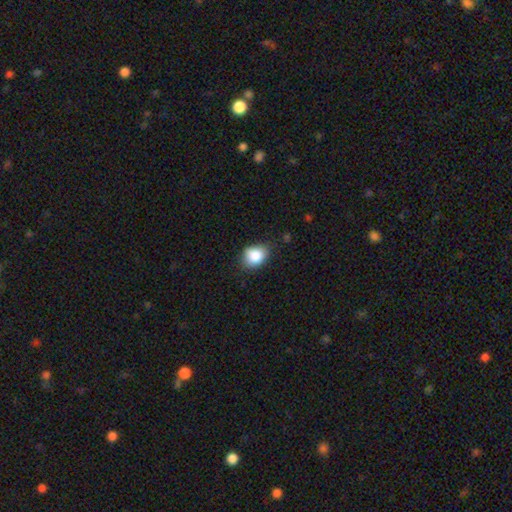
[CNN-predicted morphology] Overall: smooth (85%). How rounded: in between (51%; round 48%). Merging: none (68%).